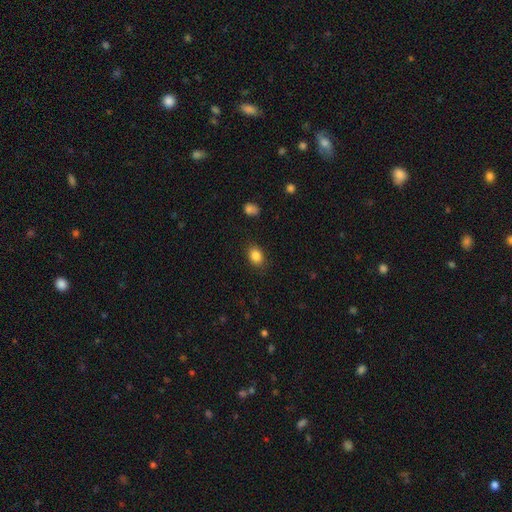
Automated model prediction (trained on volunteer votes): This is clearly a smooth galaxy (86%). How rounded: likely in between (69%). Merging: clearly none (85%).